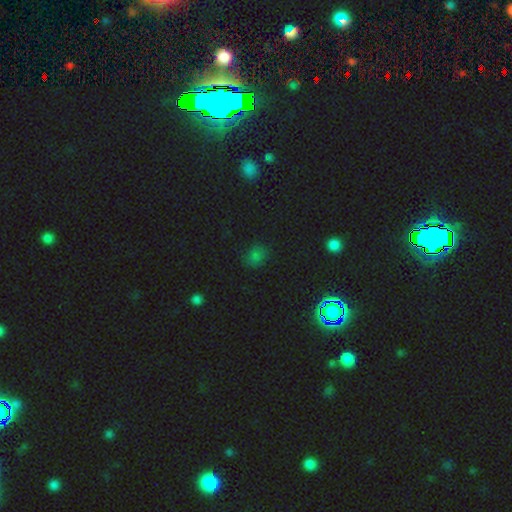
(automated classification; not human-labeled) smooth_or_featured: smooth (p=0.63) [alt: star or artifact p=0.30]
how_rounded: round (p=0.72) [alt: in between p=0.27]
merging: none (p=0.80) [alt: minor disturbance p=0.14]